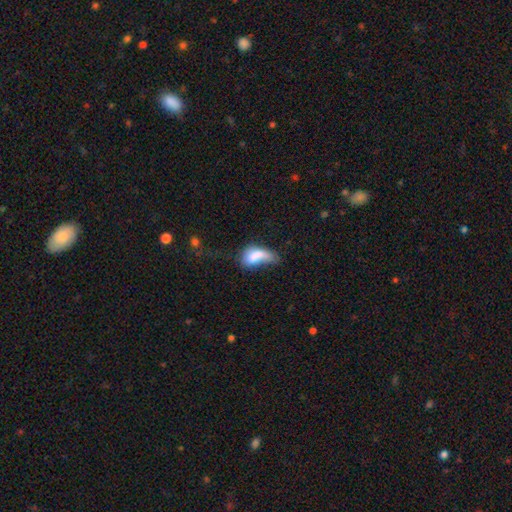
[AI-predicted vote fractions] Overall: smooth (72%). How rounded: in between (87%). Merging: major disturbance (40%; minor disturbance 25%).